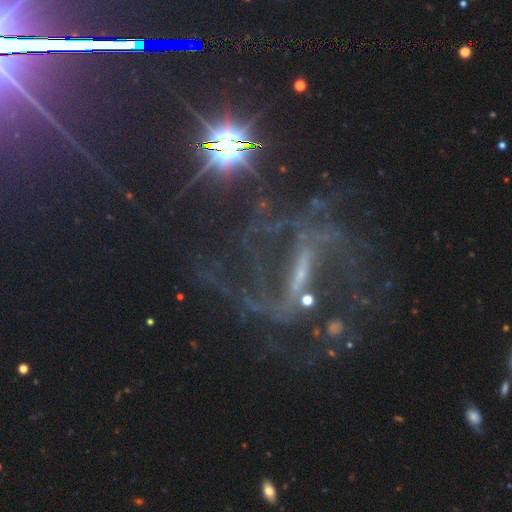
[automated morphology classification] smooth-or-featured: featured or disk: 65% | star or artifact: 28% | smooth: 6%
  disk-edge-on: no: 88% | yes: 12%
    bar: strong: 63% | weak: 24% | no: 13%
    has-spiral-arms: yes: 84% | no: 16%
    bulge-size: none: 39% (tied) | small: 39% (tied) | moderate: 18% | large: 3% | dominant: 2%
  merging: none: 53% | major disturbance: 28% | minor disturbance: 15% | merger: 5%